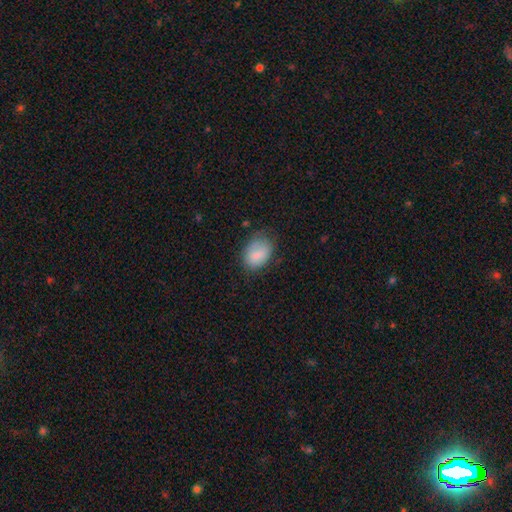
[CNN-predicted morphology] smooth-or-featured: smooth: 83% | featured or disk: 10% | star or artifact: 7%
  how-rounded: in between: 79% | round: 20% | cigar-shaped: 1%
  merging: none: 62% | minor disturbance: 28% | major disturbance: 8% | merger: 2%